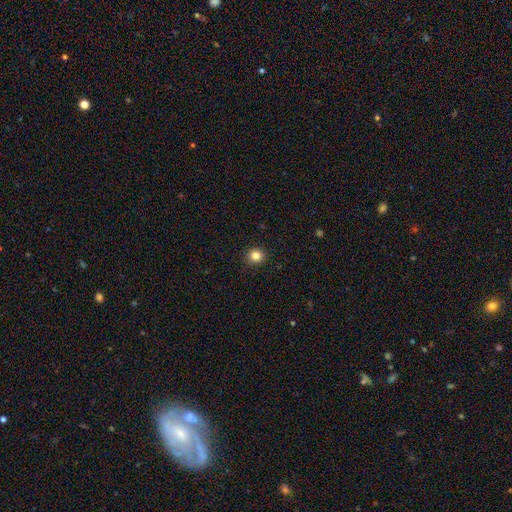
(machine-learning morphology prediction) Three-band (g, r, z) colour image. It shows a smooth galaxy with no disk features (83%) that is round (91%). Merging: none (92%).